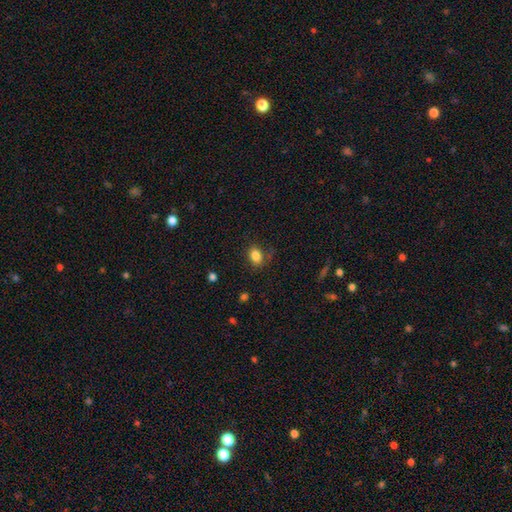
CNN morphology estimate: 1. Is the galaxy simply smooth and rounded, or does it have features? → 84% smooth, 10% star or artifact, 6% featured or disk.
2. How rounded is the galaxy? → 74% in between, 25% round, 1% cigar-shaped.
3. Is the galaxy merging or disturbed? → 75% none, 17% minor disturbance, 6% major disturbance, 2% merger.